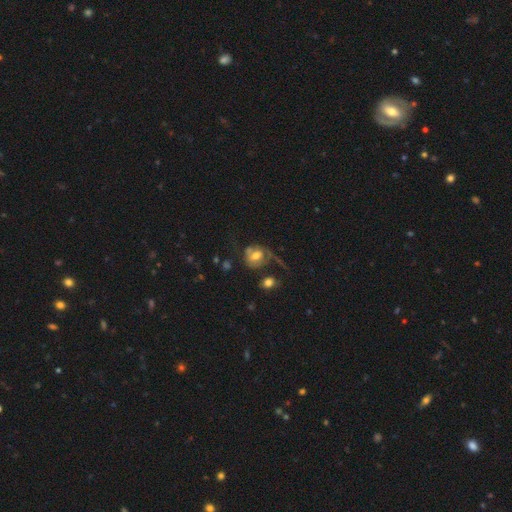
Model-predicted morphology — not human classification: A smooth galaxy with no disk features (46%). Merging: none (37%).